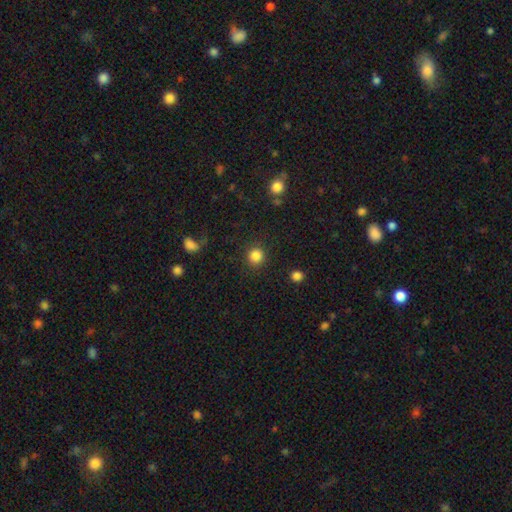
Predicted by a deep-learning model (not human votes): This appears to be a smooth galaxy with no disk features (86%) that is round (91%). Merging: none (89%).